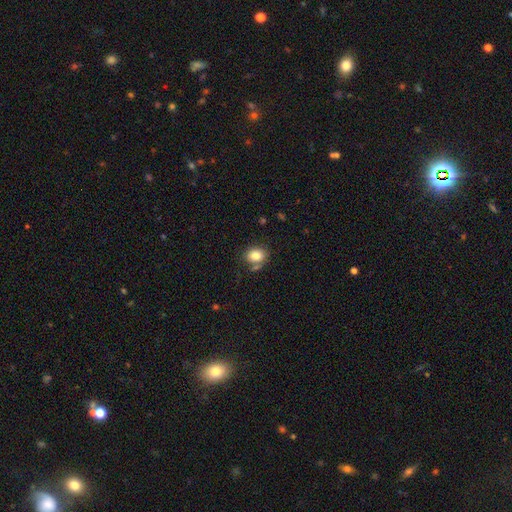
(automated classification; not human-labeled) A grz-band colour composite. It shows a smooth galaxy with no disk features (83%) that is in between round and cigar-shaped (54%). Merging: none (67%).